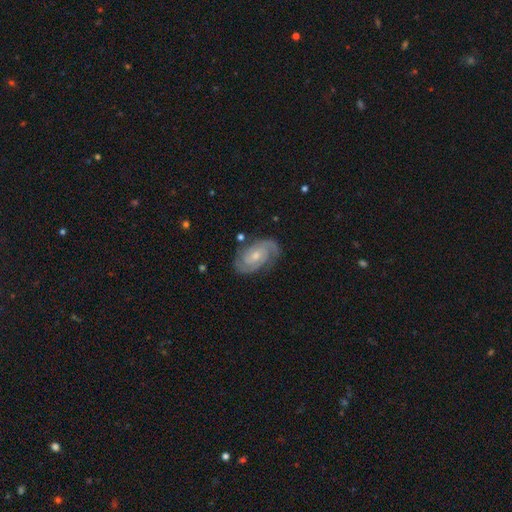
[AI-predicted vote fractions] Smooth or featured? featured or disk (89%)
Edge-on disk? no (97%)
Bar? no (55%)
Spiral arms? yes (98%)
Spiral winding? tight (63%)
Spiral arm count? 2 (82%)
Bulge size? small (57%)
Merging? none (82%)